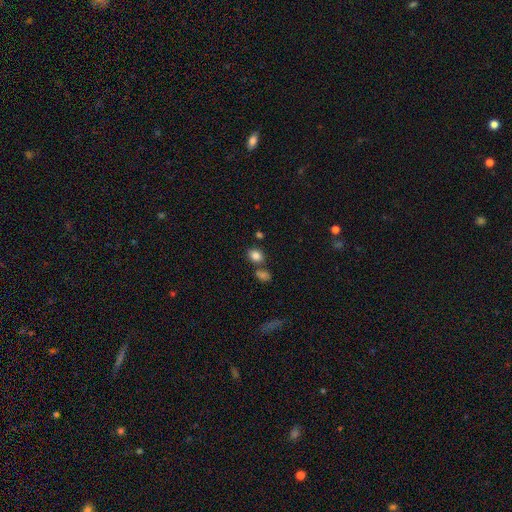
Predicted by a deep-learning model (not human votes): Morphology: type=smooth (83%); roundness=in between (58%); merging=none (64%).